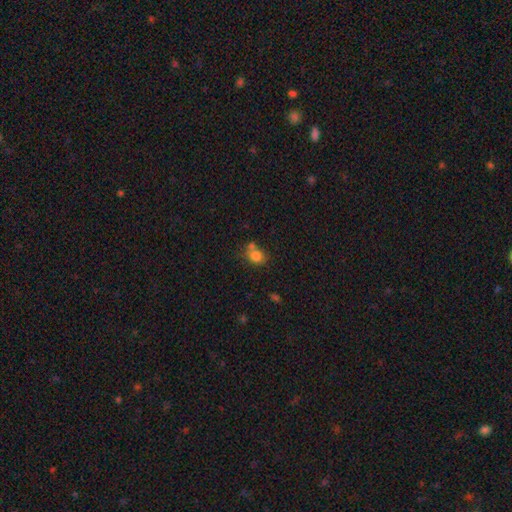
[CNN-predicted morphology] Smooth or featured: smooth — 81% (star or artifact — 11%)
How rounded: round — 64% (in between — 35%)
Merging: none — 50% (merger — 30%)